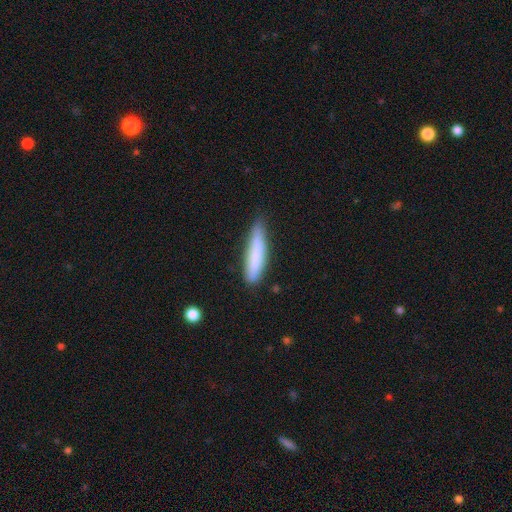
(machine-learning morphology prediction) This is likely a smooth galaxy (80%). How rounded: clearly cigar-shaped (84%). Merging: likely none (69%).